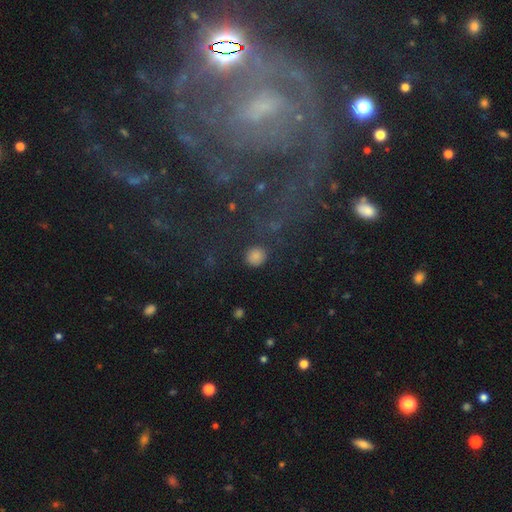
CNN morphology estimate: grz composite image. It shows a smooth galaxy with no disk features (76%) that is round (90%). Merging: none (86%).